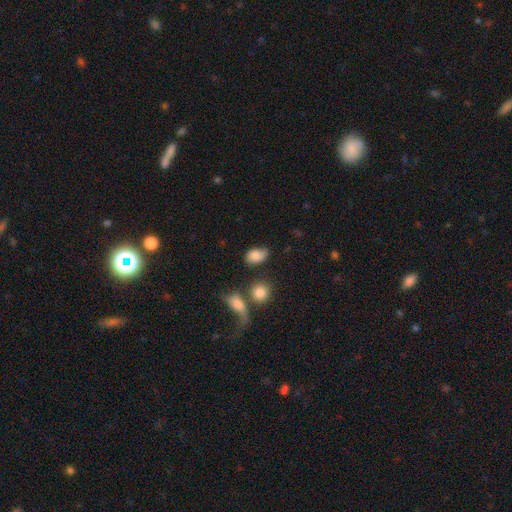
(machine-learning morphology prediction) Q: Smooth or featured?
A: smooth (82%); runner-up: featured or disk (9%)
Q: How rounded?
A: in between (82%); runner-up: round (16%)
Q: Merging?
A: none (56%); runner-up: minor disturbance (26%)